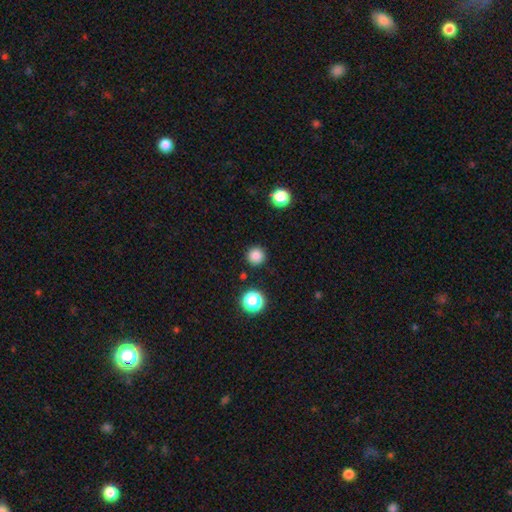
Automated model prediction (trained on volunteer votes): A smooth galaxy with no disk features (83%) that is round (96%). Merging: none (91%).